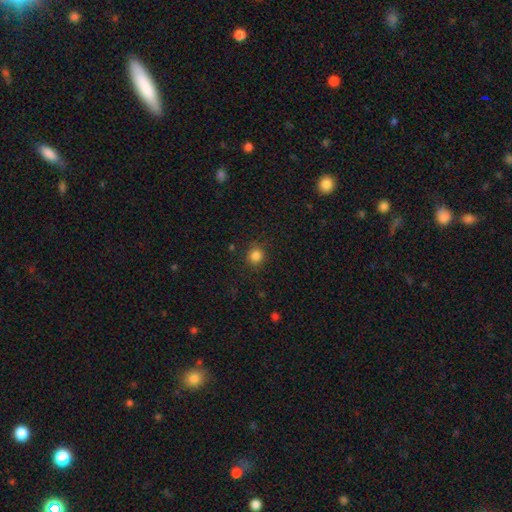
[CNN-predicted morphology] smooth_or_featured: smooth (p=0.84) [alt: star or artifact p=0.12]
how_rounded: round (p=0.92) [alt: in between p=0.07]
merging: none (p=0.87) [alt: minor disturbance p=0.08]